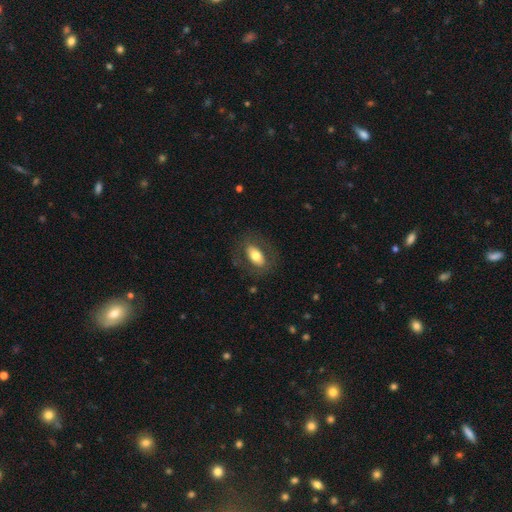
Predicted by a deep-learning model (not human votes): The model was most divided on "smooth or featured": smooth: 64%, featured or disk: 29%, star or artifact: 7%. More confident: how rounded — in between (88%); merging — none (77%).